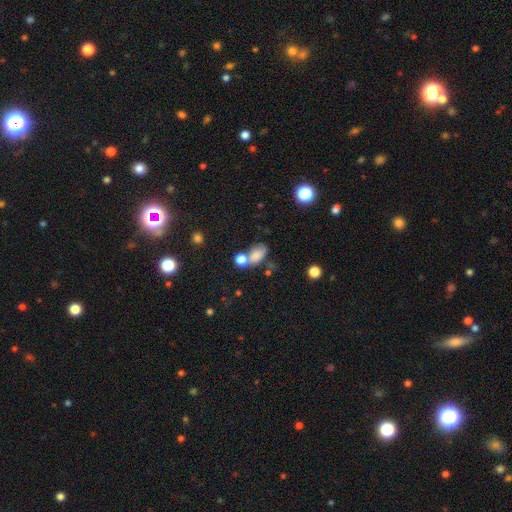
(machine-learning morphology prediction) smooth-or-featured: smooth: 74% | featured or disk: 13% | star or artifact: 13%
  how-rounded: in between: 81% | round: 17% | cigar-shaped: 2%
  merging: none: 36% | merger: 32% | minor disturbance: 20% | major disturbance: 12%